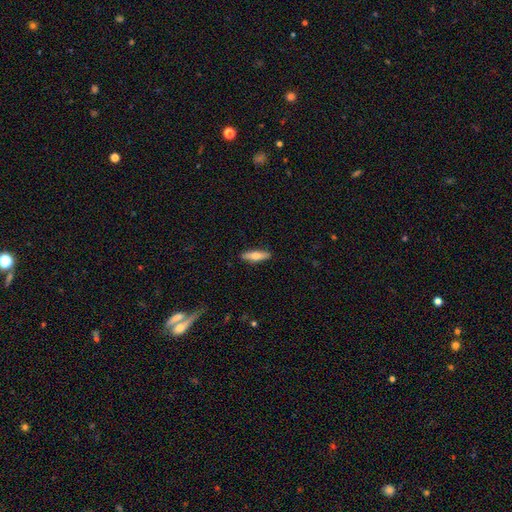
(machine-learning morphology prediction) Smooth or featured? Predicted: smooth (p=0.65). How rounded? Predicted: cigar-shaped (p=0.66). Merging? Predicted: none (p=0.89).